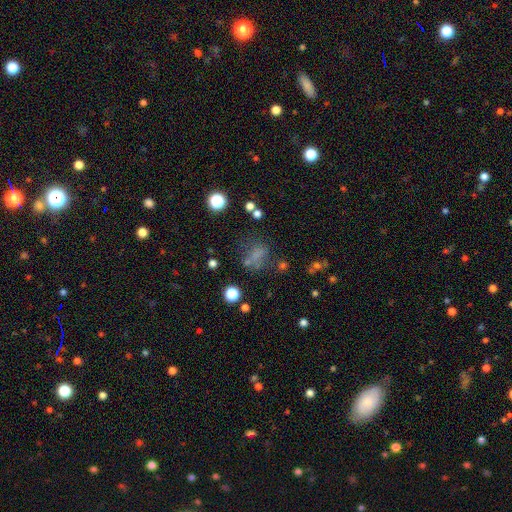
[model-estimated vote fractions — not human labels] Overall: smooth (56%; star or artifact 27%). How rounded: in between (52%; round 43%). Merging: none (53%; minor disturbance 19%).